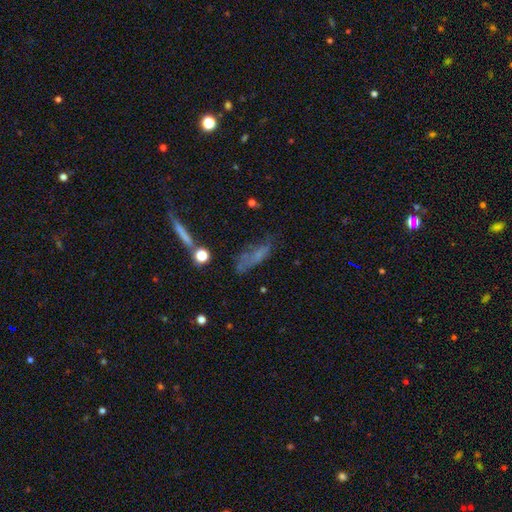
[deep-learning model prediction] smooth_or_featured: smooth (p=0.51) [alt: featured or disk p=0.32]
how_rounded: cigar-shaped (p=0.53) [alt: in between p=0.41]
merging: none (p=0.46) [alt: minor disturbance p=0.27]